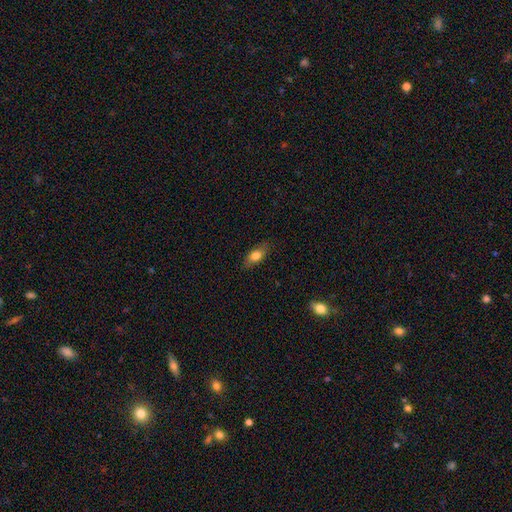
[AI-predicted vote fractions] Morphology: type=smooth (78%); roundness=in between (81%); merging=none (81%).